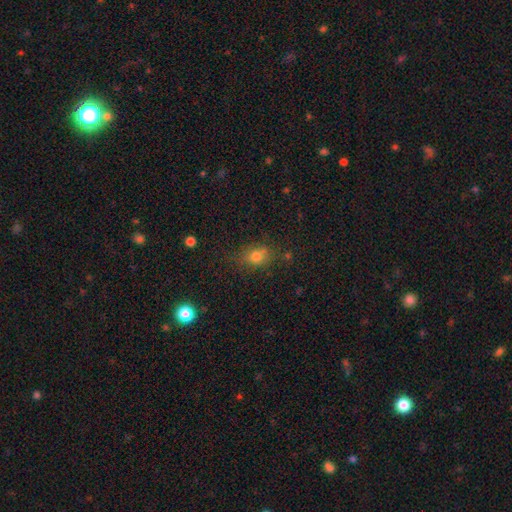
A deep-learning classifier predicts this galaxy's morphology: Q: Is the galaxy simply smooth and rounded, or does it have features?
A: smooth — 66%.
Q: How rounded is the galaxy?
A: in between — 52%.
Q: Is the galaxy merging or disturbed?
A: none — 76%.